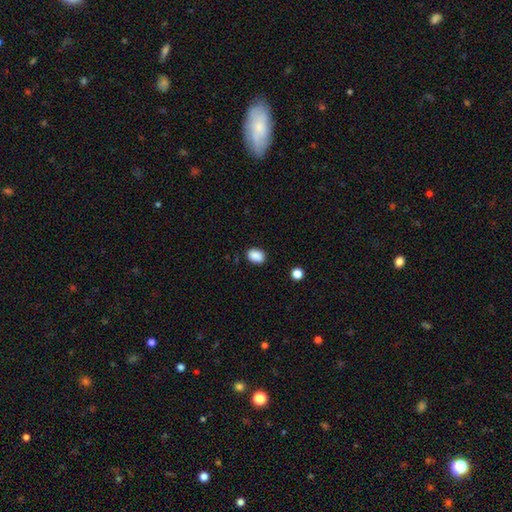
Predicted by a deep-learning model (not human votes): Q: Smooth or featured?
A: smooth (88%); runner-up: star or artifact (9%)
Q: How rounded?
A: in between (75%); runner-up: round (24%)
Q: Merging?
A: none (85%); runner-up: minor disturbance (11%)